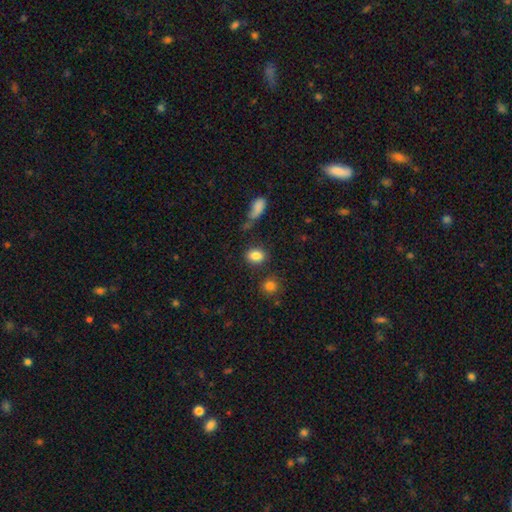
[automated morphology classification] Smooth or featured?
  - smooth: 84% *
  - star or artifact: 10%
  - featured or disk: 6%
How rounded?
  - in between: 65% *
  - round: 33%
  - cigar-shaped: 2%
Merging?
  - none: 79% *
  - minor disturbance: 11%
  - merger: 6%
  - major disturbance: 4%